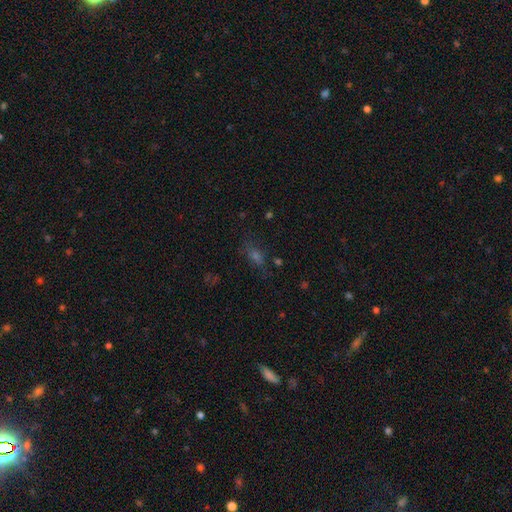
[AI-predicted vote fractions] A smooth galaxy with no disk features (42%).

Vote fractions:
- Smooth or featured? smooth: 42% / star or artifact: 38% / featured or disk: 20%
- Merging? none: 69% / minor disturbance: 17% / major disturbance: 11% / merger: 4%